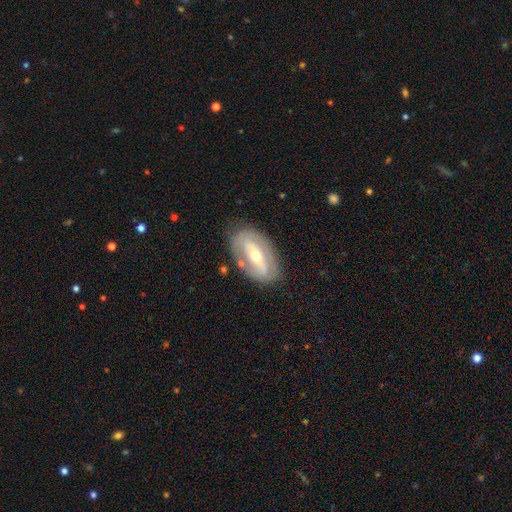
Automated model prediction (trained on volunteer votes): Smooth or featured? featured or disk (73%)
Edge-on disk? no (89%)
Bar? strong (52%)
Spiral arms? yes (53%)
Bulge size? moderate (64%)
Merging? none (78%)